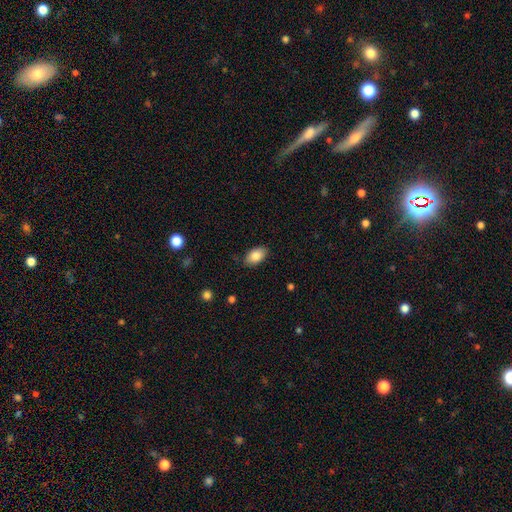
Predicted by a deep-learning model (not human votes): Smooth or featured?
  - smooth: 85% *
  - featured or disk: 8%
  - star or artifact: 7%
How rounded?
  - in between: 92% *
  - round: 6%
  - cigar-shaped: 2%
Merging?
  - none: 85% *
  - minor disturbance: 12%
  - major disturbance: 2%
  - merger: 1%